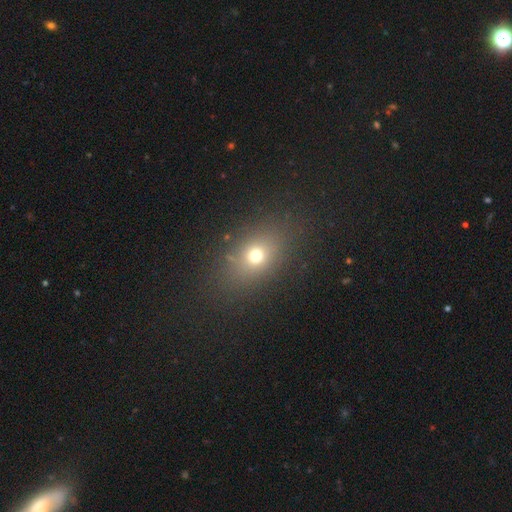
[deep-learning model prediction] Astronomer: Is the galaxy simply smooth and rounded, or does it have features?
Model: smooth — 68%.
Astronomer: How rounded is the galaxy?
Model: in between — 57% (runner-up: round, 40%).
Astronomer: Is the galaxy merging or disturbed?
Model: none — 82%.